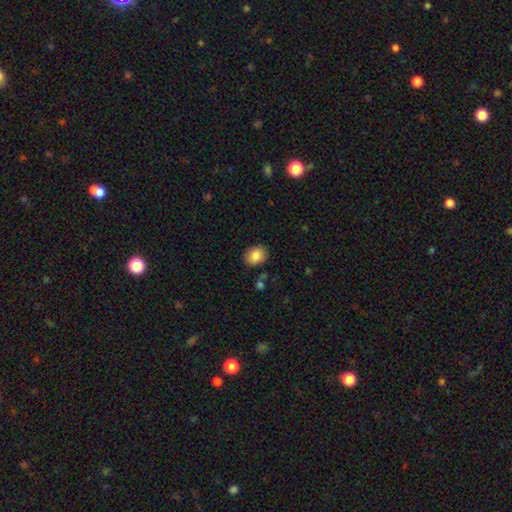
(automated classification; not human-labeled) Q: Smooth or featured?
A: smooth (86%); runner-up: star or artifact (8%)
Q: How rounded?
A: in between (63%); runner-up: round (36%)
Q: Merging?
A: none (86%); runner-up: minor disturbance (10%)